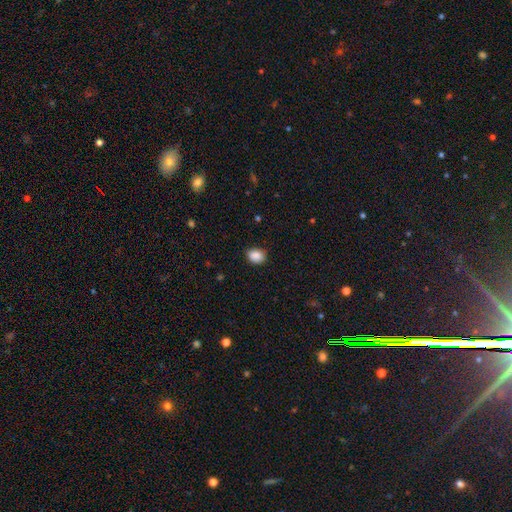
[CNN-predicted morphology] This is clearly a smooth galaxy (88%). How rounded: possibly in between (54%). Merging: clearly none (83%).